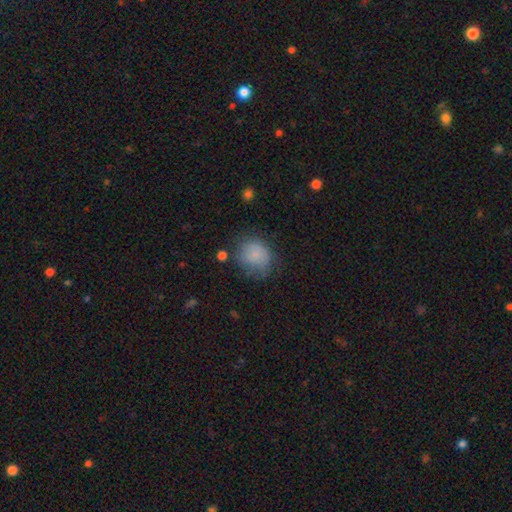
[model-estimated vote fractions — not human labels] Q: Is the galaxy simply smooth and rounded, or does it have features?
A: smooth — 79%.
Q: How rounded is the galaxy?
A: round — 70%.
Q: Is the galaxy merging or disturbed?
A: none — 57%.